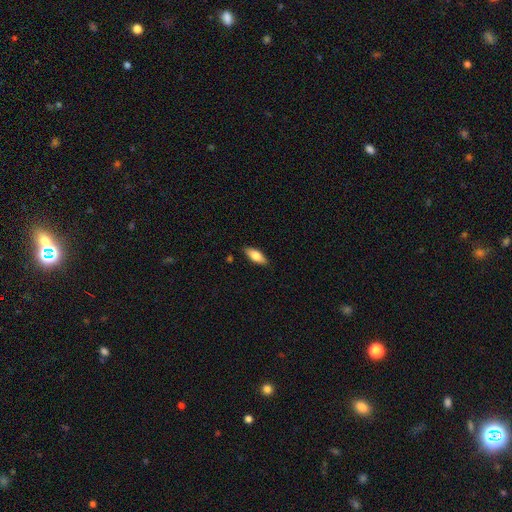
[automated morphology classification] A smooth galaxy with no disk features (78%) that is in between round and cigar-shaped (77%).

Vote fractions:
- Smooth or featured? smooth: 78% / featured or disk: 16% / star or artifact: 6%
- How rounded? in between: 77% / cigar-shaped: 20% / round: 2%
- Merging? none: 87% / minor disturbance: 10% / major disturbance: 2% / merger: 1%